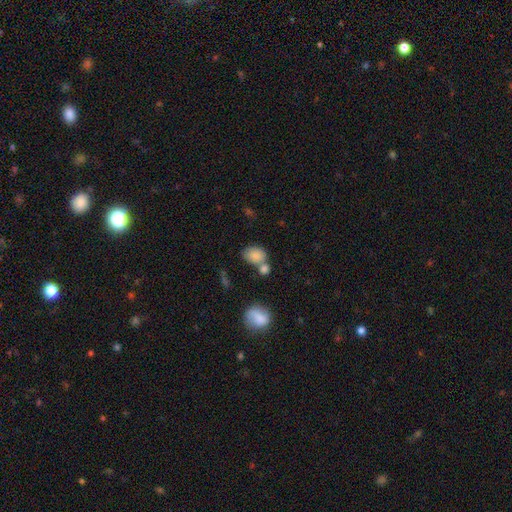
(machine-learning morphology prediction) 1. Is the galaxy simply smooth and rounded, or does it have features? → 83% smooth, 9% star or artifact, 8% featured or disk.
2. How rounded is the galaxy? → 74% in between, 25% round, 1% cigar-shaped.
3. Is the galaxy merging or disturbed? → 45% none, 34% merger, 14% minor disturbance, 6% major disturbance.